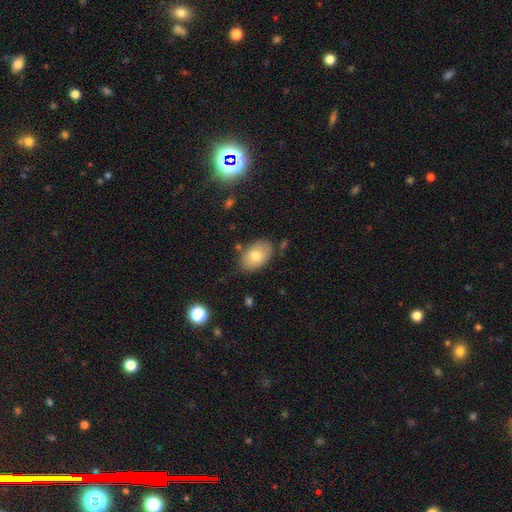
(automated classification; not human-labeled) smooth 77%, featured or disk 16%, star or artifact 7%. Down the decision tree: how rounded — in between (90%); merging — none (78%).